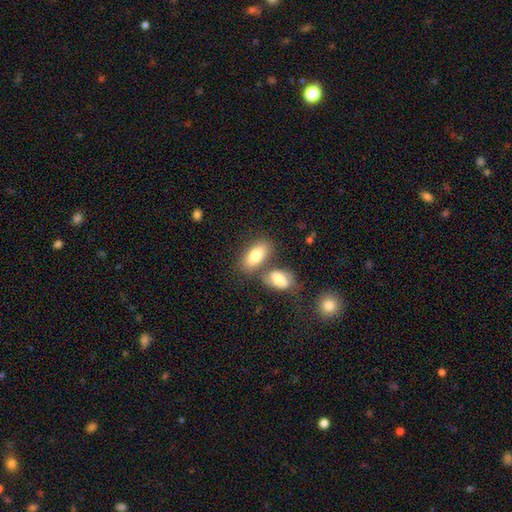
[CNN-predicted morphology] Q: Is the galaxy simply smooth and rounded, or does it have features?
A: smooth — 79%.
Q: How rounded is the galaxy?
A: in between — 90%.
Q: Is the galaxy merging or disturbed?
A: none — 56%.